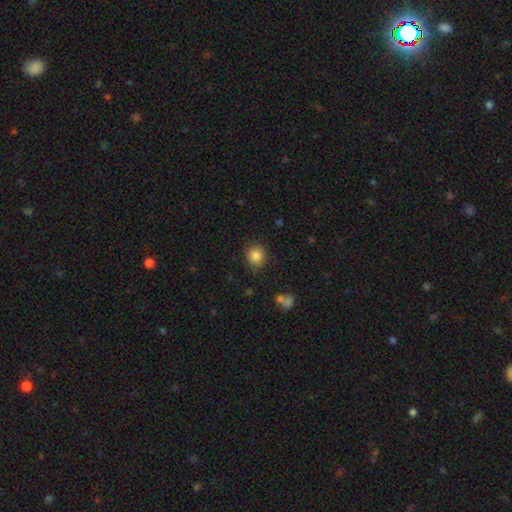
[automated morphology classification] This is clearly a smooth galaxy (85%). How rounded: clearly round (82%). Merging: clearly none (84%).